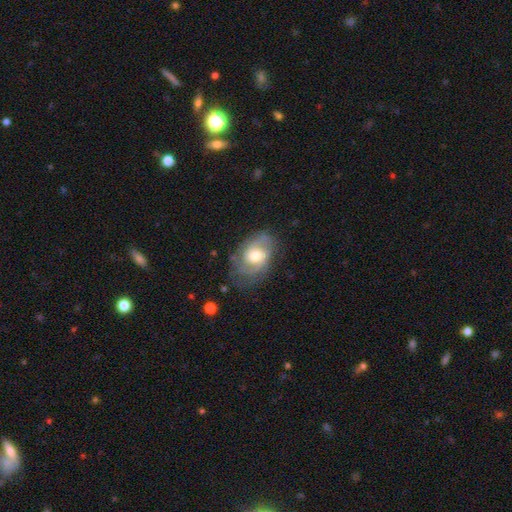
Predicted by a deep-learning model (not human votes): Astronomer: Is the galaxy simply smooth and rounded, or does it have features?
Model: featured or disk — 69%.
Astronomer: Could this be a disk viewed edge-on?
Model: no — 96%.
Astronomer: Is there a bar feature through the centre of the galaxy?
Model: no — 61%.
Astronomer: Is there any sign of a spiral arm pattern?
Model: yes — 87%.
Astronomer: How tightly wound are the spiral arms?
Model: medium — 44% (runner-up: tight, 39%).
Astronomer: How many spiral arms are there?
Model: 2 — 55%.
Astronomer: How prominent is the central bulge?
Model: moderate — 65%.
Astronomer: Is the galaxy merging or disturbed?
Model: none — 64%.